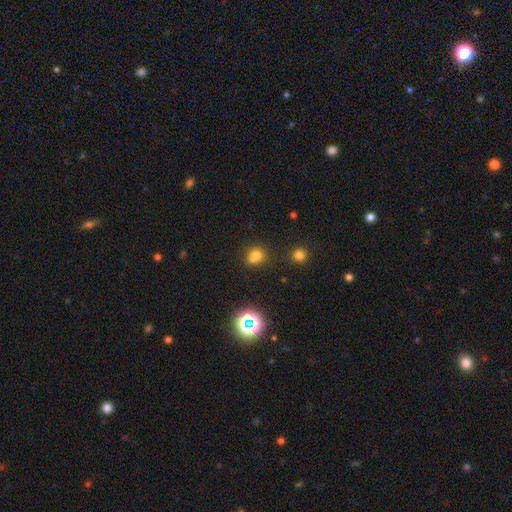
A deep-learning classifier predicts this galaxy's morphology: smooth_or_featured: smooth (p=0.70) [alt: star or artifact p=0.20]
how_rounded: round (p=0.71) [alt: in between p=0.28]
merging: none (p=0.57) [alt: merger p=0.24]